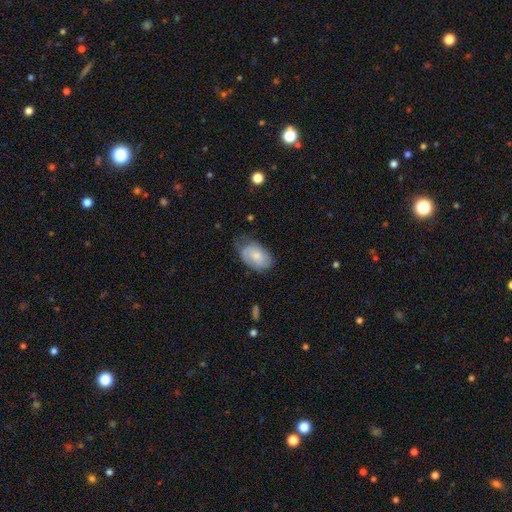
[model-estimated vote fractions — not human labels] Smooth or featured? smooth (60%)
How rounded? in between (88%)
Merging? none (56%)